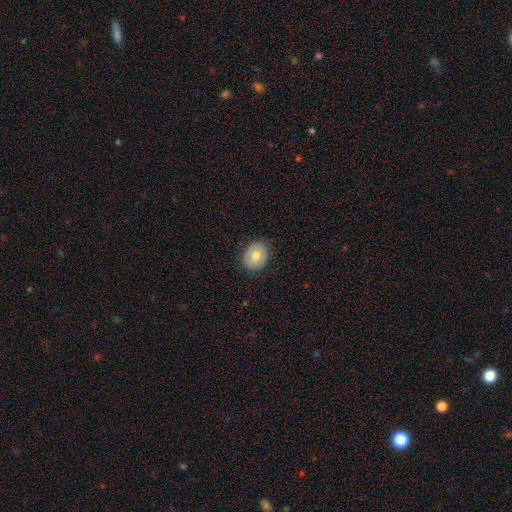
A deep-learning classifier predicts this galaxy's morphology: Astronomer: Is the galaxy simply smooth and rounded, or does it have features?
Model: smooth — 66%.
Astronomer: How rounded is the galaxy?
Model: in between — 51% (runner-up: round, 48%).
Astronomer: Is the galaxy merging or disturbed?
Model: none — 83%.